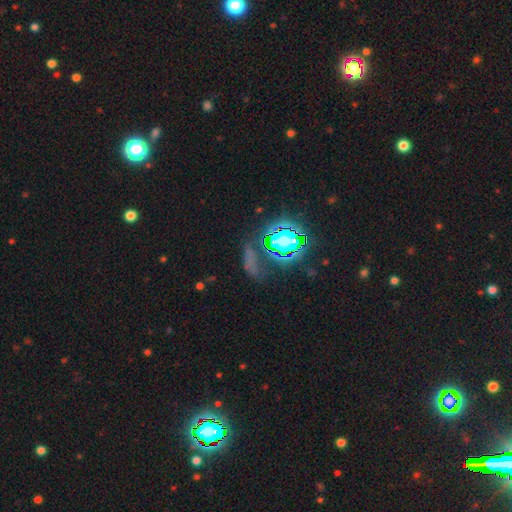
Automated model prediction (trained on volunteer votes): Smooth or featured? Predicted: star or artifact (p=0.77).